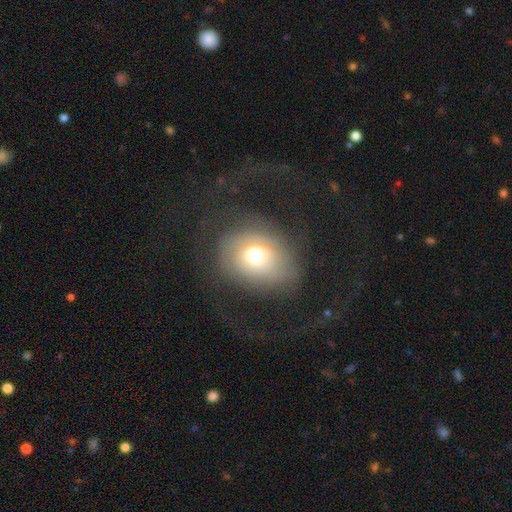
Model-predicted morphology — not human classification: Smooth or featured: smooth — 55% (featured or disk — 33%)
How rounded: round — 53% (in between — 46%)
Merging: none — 52% (major disturbance — 24%)